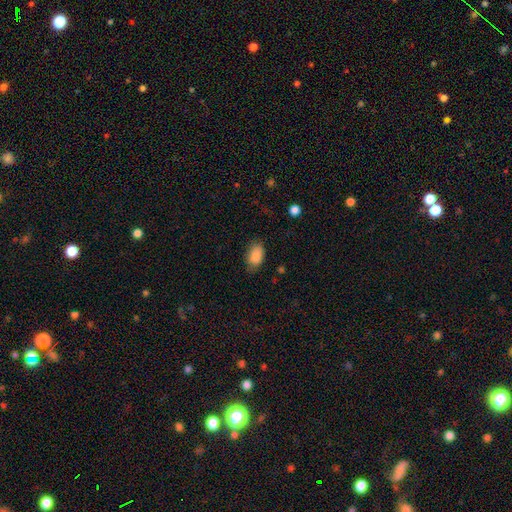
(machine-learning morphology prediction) The model was most divided on "merging": none: 73%, minor disturbance: 21%, major disturbance: 5%, merger: 1%. More confident: how rounded — in between (89%); smooth or featured — smooth (88%).